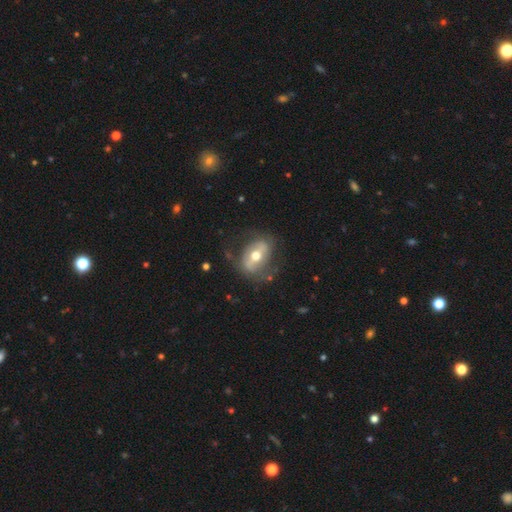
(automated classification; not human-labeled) smooth_or_featured: featured or disk (p=0.63) [alt: smooth p=0.30]
disk_edge_on: no (p=0.90) [alt: yes p=0.10]
bar: strong (p=0.45) [alt: weak p=0.30]
has_spiral_arms: no (p=0.54) [alt: yes p=0.46]
bulge_size: moderate (p=0.74) [alt: small p=0.13]
merging: none (p=0.65) [alt: minor disturbance p=0.20]